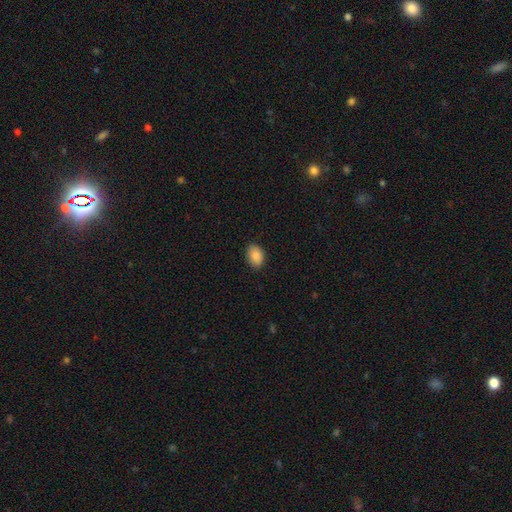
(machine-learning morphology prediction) smooth 89%, star or artifact 7%, featured or disk 4%. Down the decision tree: how rounded — in between (80%); merging — none (87%).